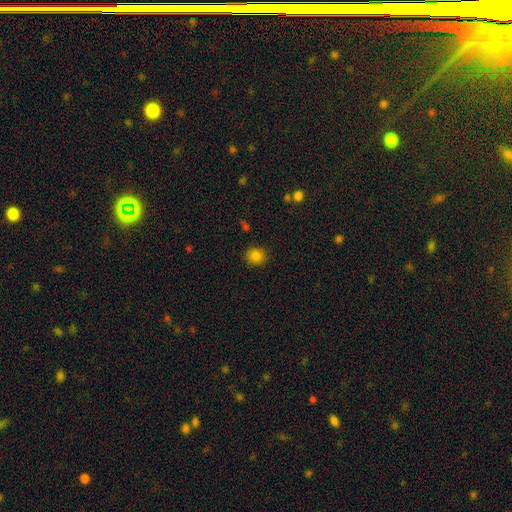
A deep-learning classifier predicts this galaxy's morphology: Smooth or featured? smooth (83%)
How rounded? round (87%)
Merging? none (89%)